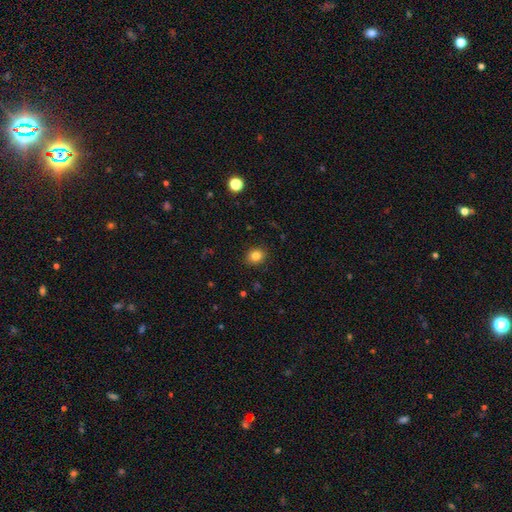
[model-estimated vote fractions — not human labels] Smooth or featured: smooth — 83% (star or artifact — 11%)
How rounded: round — 61% (in between — 38%)
Merging: none — 89% (minor disturbance — 8%)